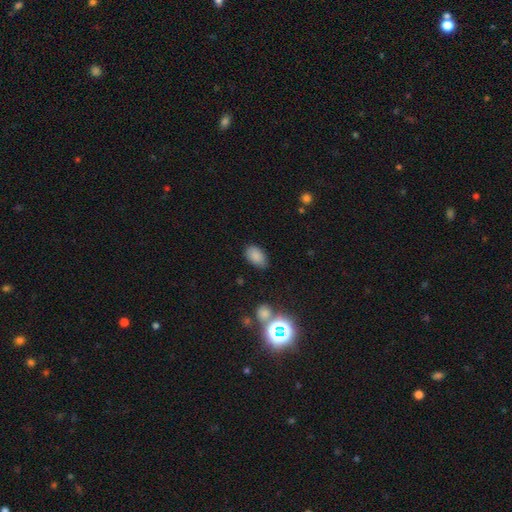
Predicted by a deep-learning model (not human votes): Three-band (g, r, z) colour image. It shows a smooth galaxy with no disk features (83%) that is in between round and cigar-shaped (90%). Merging: none (77%).